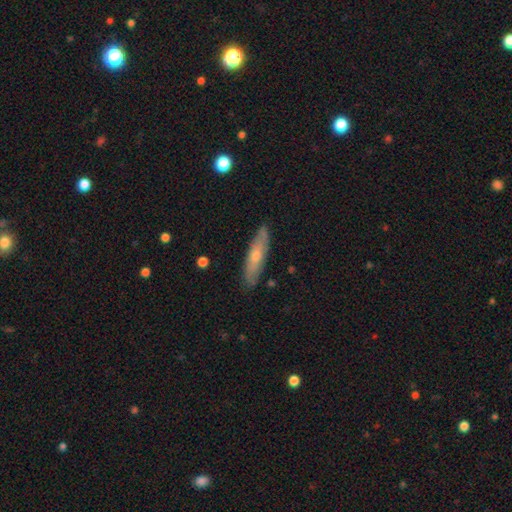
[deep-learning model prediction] Smooth or featured: smooth — 47% (featured or disk — 46%)
Merging: none — 85% (minor disturbance — 12%)